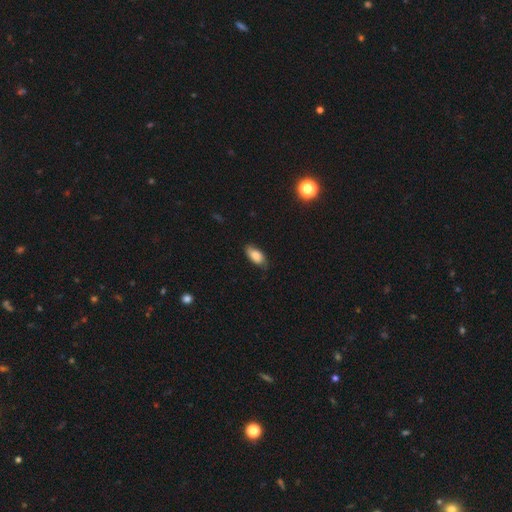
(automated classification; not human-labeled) Smooth or featured? Predicted: smooth (p=0.81). How rounded? Predicted: in between (p=0.91). Merging? Predicted: none (p=0.73).